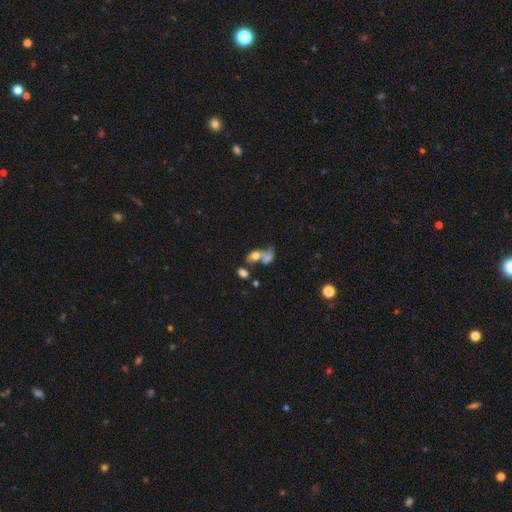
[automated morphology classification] smooth_or_featured: smooth (p=0.63) [alt: featured or disk p=0.23]
how_rounded: in between (p=0.76) [alt: round p=0.21]
merging: merger (p=0.58) [alt: none p=0.22]